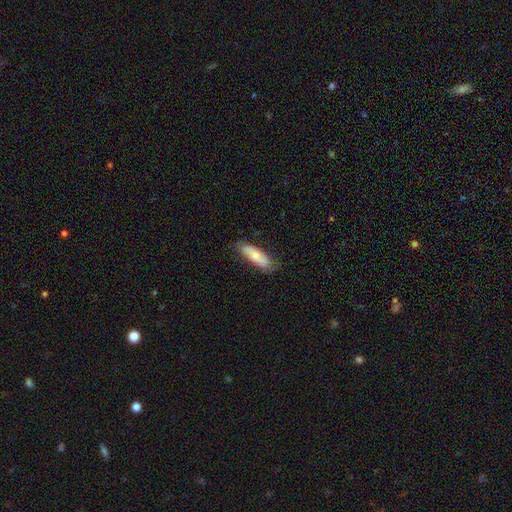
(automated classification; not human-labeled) The model was most divided on "how rounded": in between: 60%, cigar-shaped: 38%, round: 2%. More confident: merging — none (75%); smooth or featured — smooth (64%).